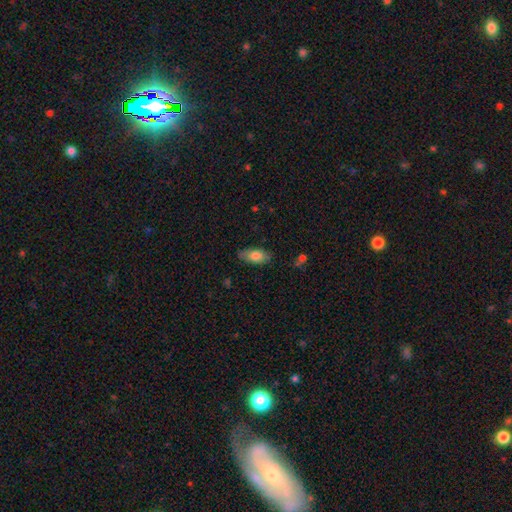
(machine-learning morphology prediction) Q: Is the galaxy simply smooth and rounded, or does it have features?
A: smooth — 76%.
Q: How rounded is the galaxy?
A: in between — 87%.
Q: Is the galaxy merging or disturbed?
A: none — 77%.